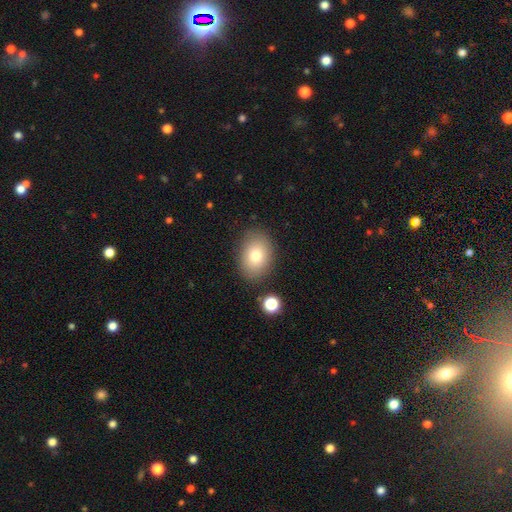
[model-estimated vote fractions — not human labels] Smooth or featured? Predicted: smooth (p=0.78). How rounded? Predicted: in between (p=0.71). Merging? Predicted: none (p=0.84).